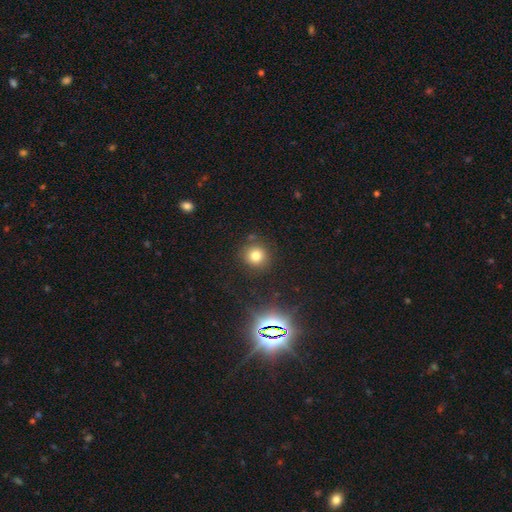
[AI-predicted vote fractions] A smooth galaxy with no disk features (75%) that is round (91%).

Vote fractions:
- Smooth or featured? smooth: 75% / star or artifact: 18% / featured or disk: 8%
- How rounded? round: 91% / in between: 8% / cigar-shaped: 1%
- Merging? none: 85% / minor disturbance: 8% / merger: 4% / major disturbance: 3%